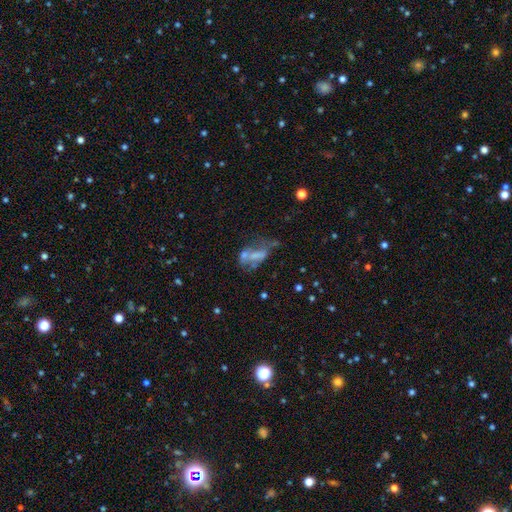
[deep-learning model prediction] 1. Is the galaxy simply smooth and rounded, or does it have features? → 46% featured or disk, 40% smooth, 14% star or artifact.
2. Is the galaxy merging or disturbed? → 34% merger, 31% major disturbance, 19% none, 16% minor disturbance.